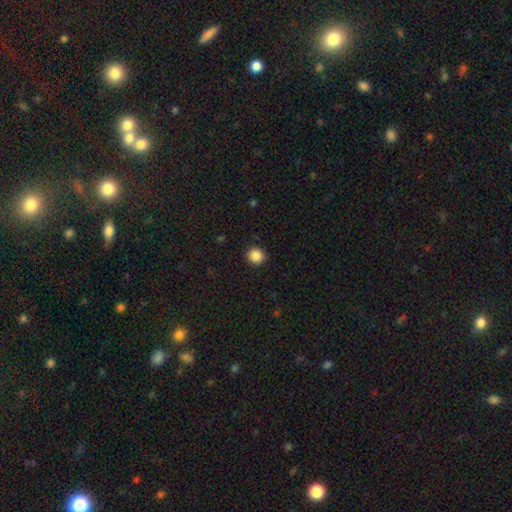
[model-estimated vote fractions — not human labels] A smooth galaxy with no disk features (87%) that is round (93%). Merging: none (92%).